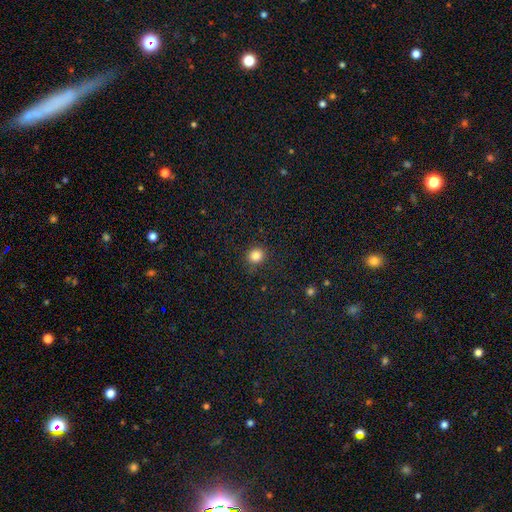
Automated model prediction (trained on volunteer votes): This appears to be a smooth galaxy with no disk features (84%) that is round (89%). Merging: none (88%).